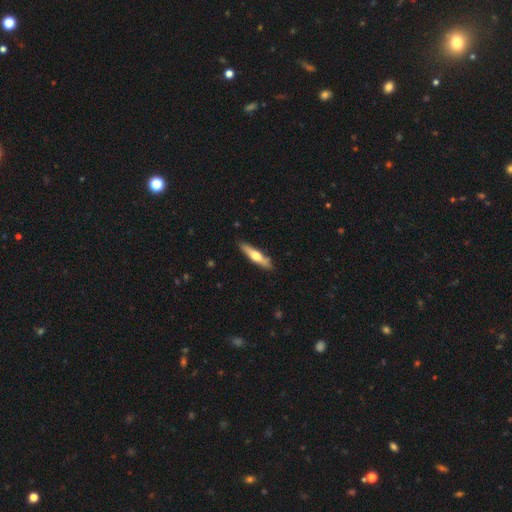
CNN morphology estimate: Smooth or featured? smooth (50%)
Merging? none (86%)